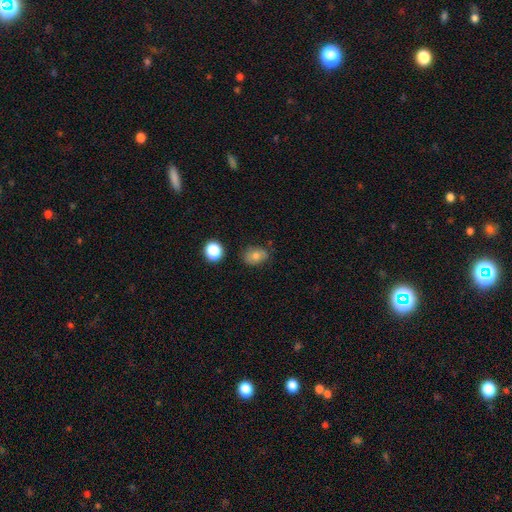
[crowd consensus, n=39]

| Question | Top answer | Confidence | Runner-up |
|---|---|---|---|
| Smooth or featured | smooth | 62% | featured or disk (28%) |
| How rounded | in between | 83% | round (17%) |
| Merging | none | 69% | minor disturbance (23%) |